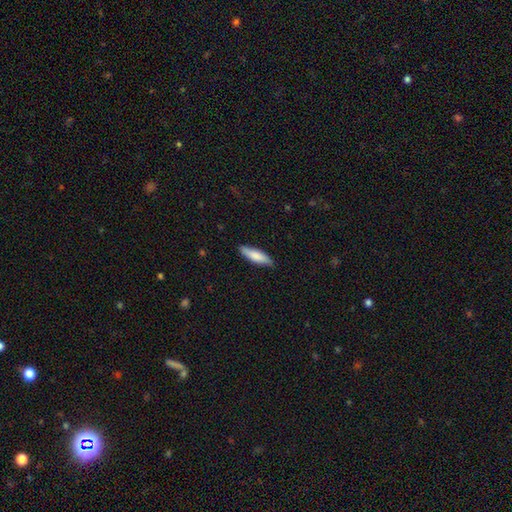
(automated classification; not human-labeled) smooth-or-featured: smooth: 79% | featured or disk: 16% | star or artifact: 5%
  how-rounded: cigar-shaped: 63% | in between: 36% | round: 2%
  merging: none: 86% | minor disturbance: 12% | major disturbance: 2% | merger: 1%